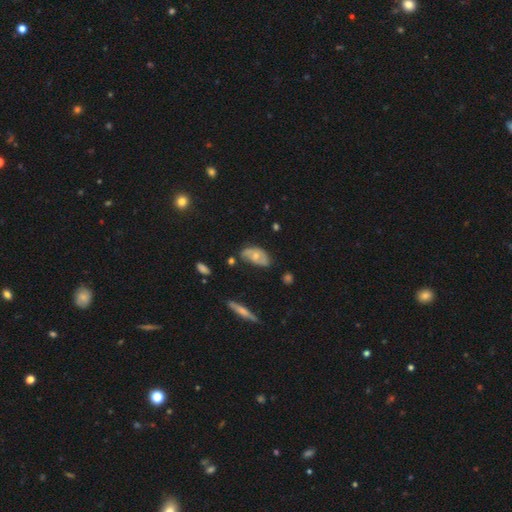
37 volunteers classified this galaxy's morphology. featured or disk 70%, smooth 27%, star or artifact 3%. Down the decision tree: edge-on disk — no (69%); bar — no (83%); spiral arms — no (72%); bulge size — moderate (56%); merging — minor disturbance (50%).